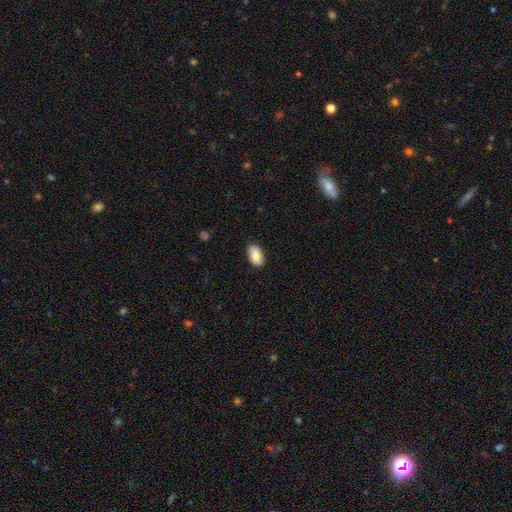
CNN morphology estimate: smooth 80%, featured or disk 14%, star or artifact 7%. Down the decision tree: how rounded — in between (93%); merging — none (85%).